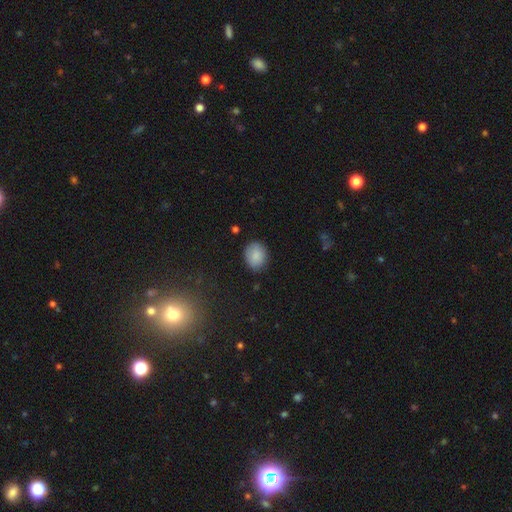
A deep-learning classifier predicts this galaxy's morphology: Smooth or featured?
  - smooth: 86% *
  - star or artifact: 8%
  - featured or disk: 6%
How rounded?
  - round: 52% *
  - in between: 47%
  - cigar-shaped: 1%
Merging?
  - none: 82% *
  - minor disturbance: 13%
  - major disturbance: 3%
  - merger: 1%